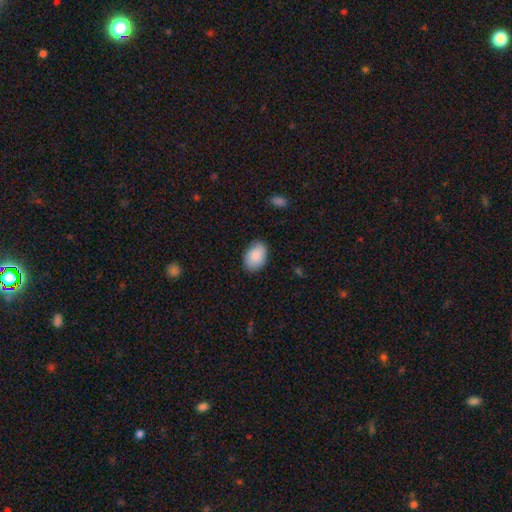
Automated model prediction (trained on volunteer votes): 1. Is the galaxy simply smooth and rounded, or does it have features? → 88% smooth, 6% star or artifact, 6% featured or disk.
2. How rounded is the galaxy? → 87% in between, 12% round, 1% cigar-shaped.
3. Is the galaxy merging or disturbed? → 83% none, 13% minor disturbance, 2% major disturbance, 1% merger.